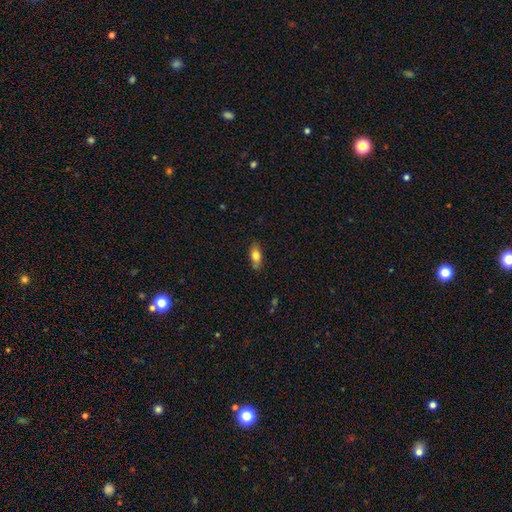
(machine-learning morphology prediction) smooth 76%, featured or disk 17%, star or artifact 7%. Down the decision tree: how rounded — in between (81%); merging — none (81%).